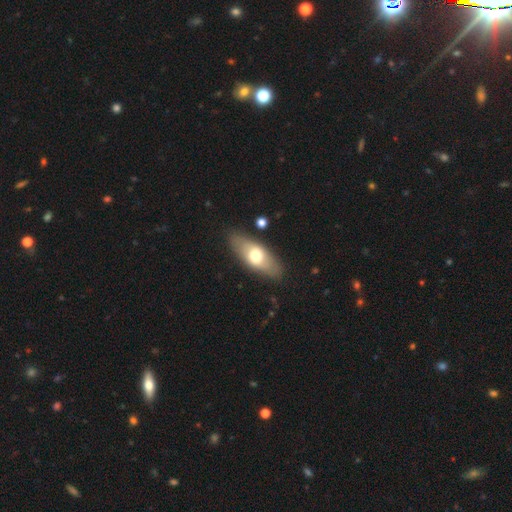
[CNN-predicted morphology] smooth_or_featured: smooth (p=0.60) [alt: featured or disk p=0.34]
how_rounded: in between (p=0.79) [alt: cigar-shaped p=0.18]
merging: none (p=0.84) [alt: minor disturbance p=0.11]